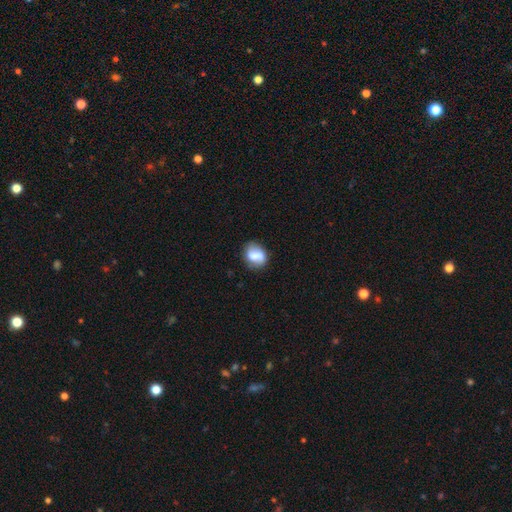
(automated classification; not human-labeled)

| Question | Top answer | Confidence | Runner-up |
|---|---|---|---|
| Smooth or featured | smooth | 59% | featured or disk (32%) |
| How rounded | in between | 50% | round (48%) |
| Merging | none | 66% | minor disturbance (21%) |